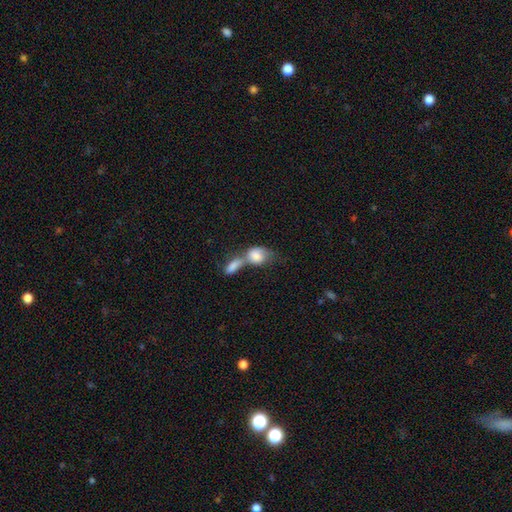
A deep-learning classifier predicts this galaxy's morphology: Overall: smooth (76%). How rounded: in between (70%). Merging: merger (73%).